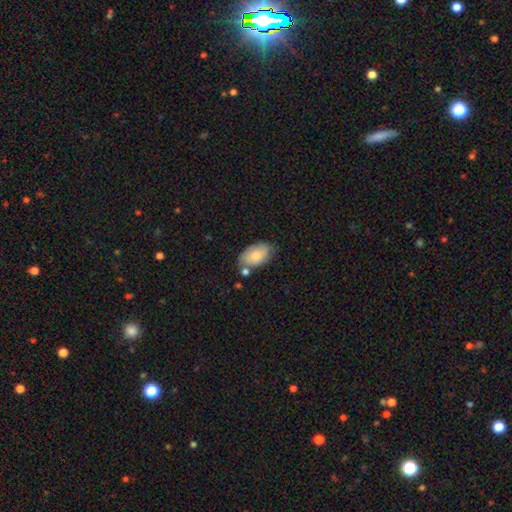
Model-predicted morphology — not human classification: smooth-or-featured: smooth: 80% | featured or disk: 13% | star or artifact: 6%
  how-rounded: in between: 94% | round: 5% | cigar-shaped: 2%
  merging: none: 60% | minor disturbance: 23% | merger: 11% | major disturbance: 5%